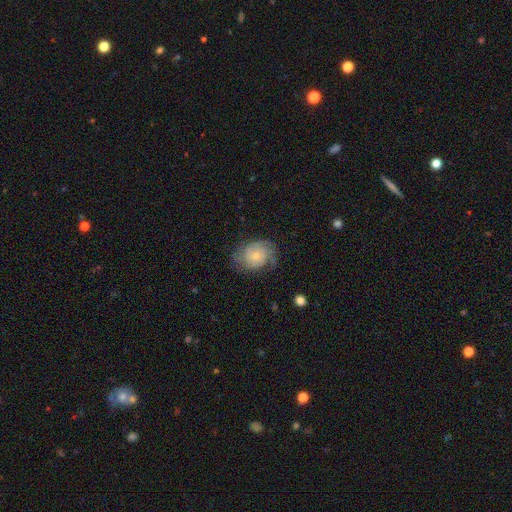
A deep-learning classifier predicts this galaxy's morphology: A featured or disk galaxy (73%) with no bar (73%), 2 (37%) tight (50%) spiral arms (93%) and a small central bulge (57%). Merging: none (63%).